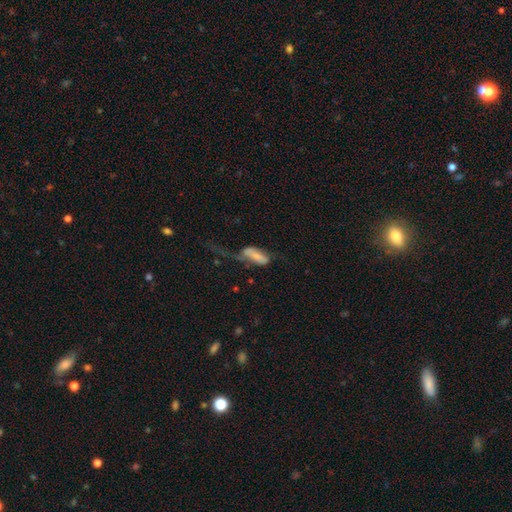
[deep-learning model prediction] Q: Smooth or featured?
A: smooth (51%); runner-up: featured or disk (41%)
Q: How rounded?
A: in between (81%); runner-up: cigar-shaped (16%)
Q: Merging?
A: major disturbance (57%); runner-up: none (19%)